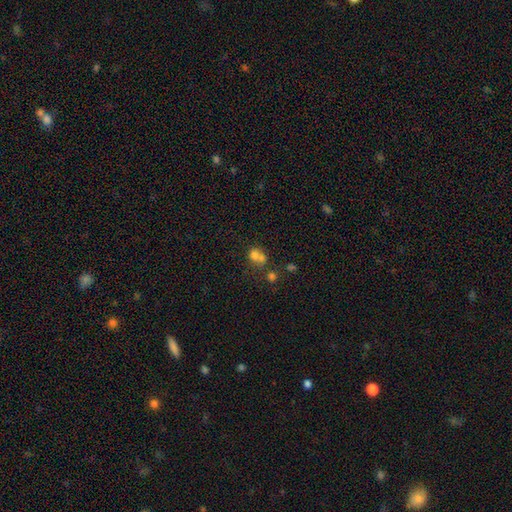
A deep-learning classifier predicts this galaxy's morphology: A smooth galaxy with no disk features (68%) that is round (73%).

Vote fractions:
- Smooth or featured? smooth: 68% / featured or disk: 17% / star or artifact: 15%
- How rounded? round: 73% / in between: 26% / cigar-shaped: 1%
- Merging? merger: 56% / none: 32% / minor disturbance: 7% / major disturbance: 4%